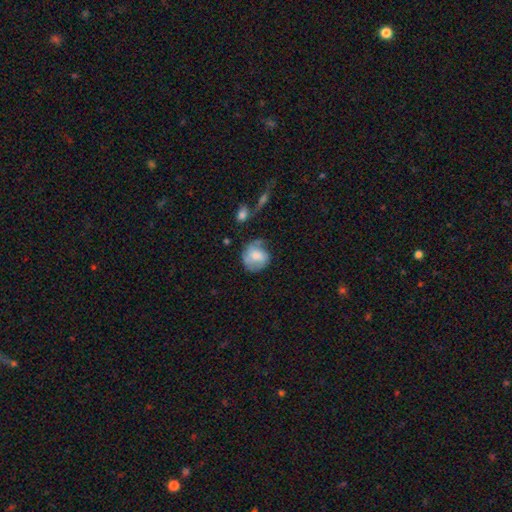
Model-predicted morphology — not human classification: The model was most divided on "smooth or featured": smooth: 55%, featured or disk: 38%, star or artifact: 7%. More confident: how rounded — round (74%); merging — none (52%).